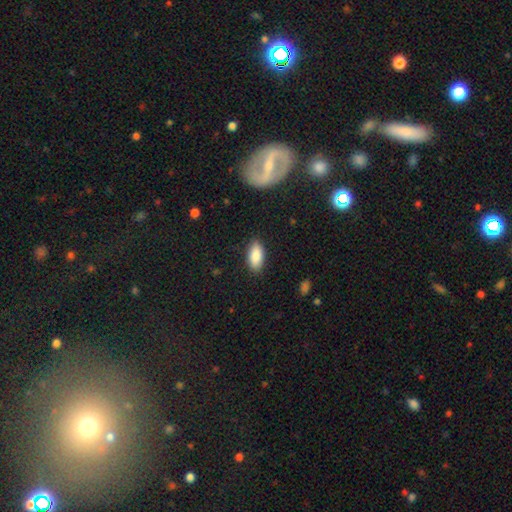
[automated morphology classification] type=smooth (87%); roundness=in between (89%); merging=none (86%).